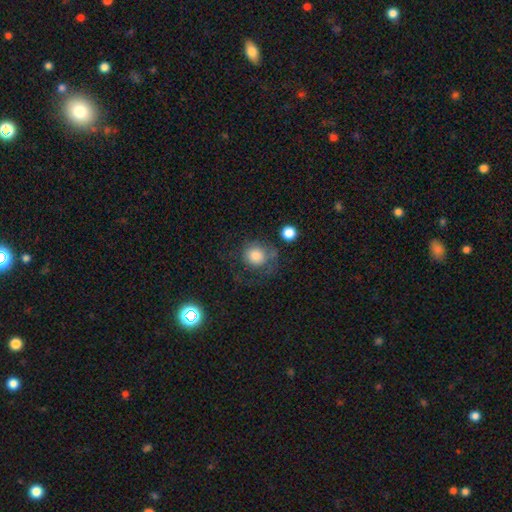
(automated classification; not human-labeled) A smooth galaxy with no disk features (76%) that is round (85%).

Vote fractions:
- Smooth or featured? smooth: 76% / featured or disk: 14% / star or artifact: 10%
- How rounded? round: 85% / in between: 14% / cigar-shaped: 1%
- Merging? none: 49% / major disturbance: 24% / minor disturbance: 20% / merger: 7%